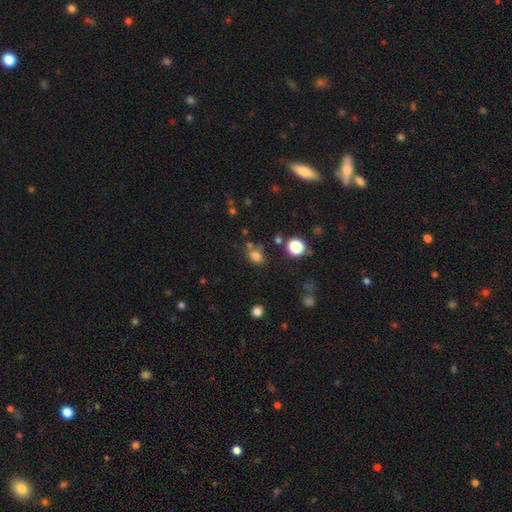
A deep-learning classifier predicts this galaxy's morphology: This appears to be a smooth galaxy with no disk features (77%) that is in between round and cigar-shaped (54%). Merging: none (63%).